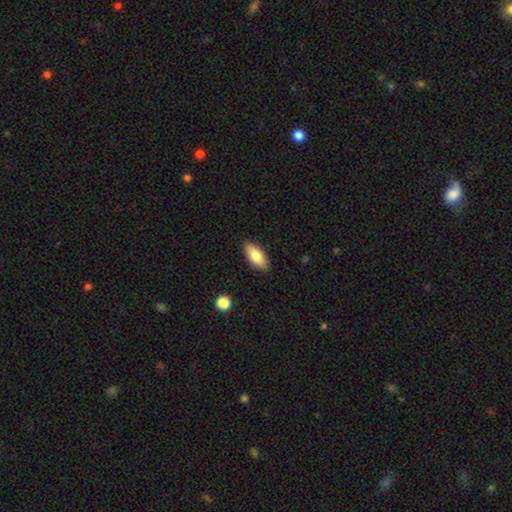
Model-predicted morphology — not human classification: Smooth or featured? smooth (82%)
How rounded? in between (85%)
Merging? none (88%)